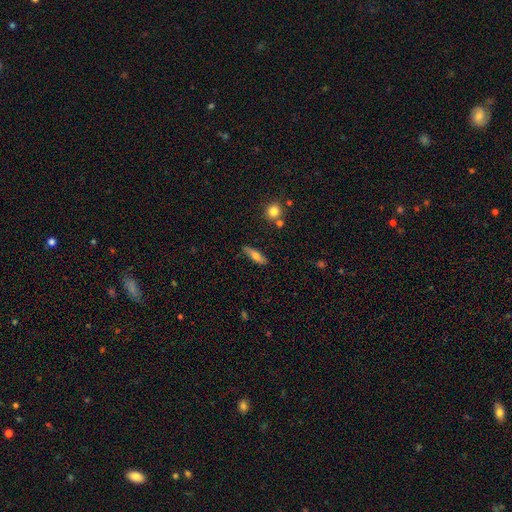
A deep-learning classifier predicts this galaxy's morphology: Smooth or featured?
  - smooth: 67% *
  - featured or disk: 26%
  - star or artifact: 7%
How rounded?
  - cigar-shaped: 52% *
  - in between: 45%
  - round: 3%
Merging?
  - none: 80% *
  - minor disturbance: 15%
  - major disturbance: 3%
  - merger: 3%